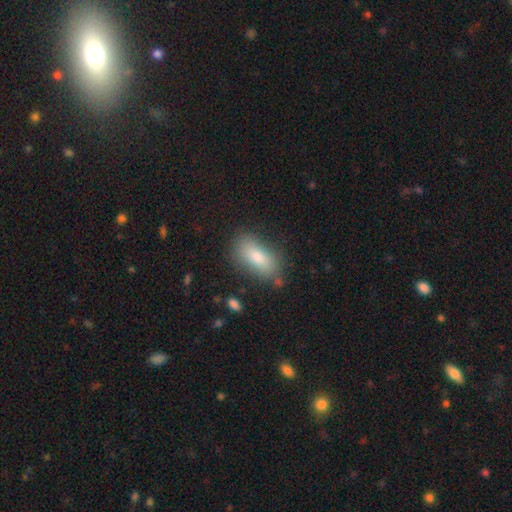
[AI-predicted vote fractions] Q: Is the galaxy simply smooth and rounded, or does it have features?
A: smooth — 80%.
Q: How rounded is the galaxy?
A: in between — 85%.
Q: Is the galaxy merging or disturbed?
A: none — 77%.